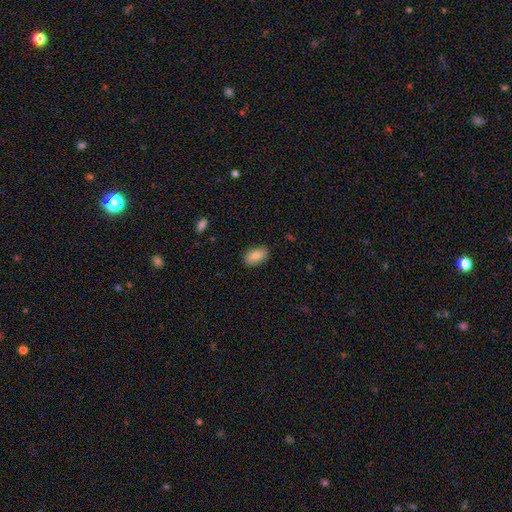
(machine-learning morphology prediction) This appears to be a smooth galaxy with no disk features (84%) that is in between round and cigar-shaped (93%). Merging: none (85%).